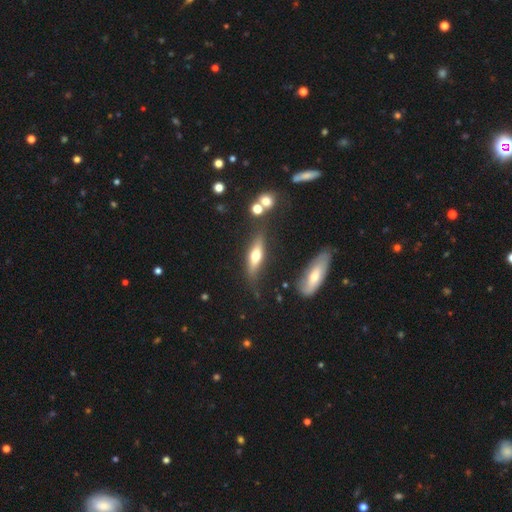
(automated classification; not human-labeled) Smooth or featured? Predicted: smooth (p=0.48). Merging? Predicted: none (p=0.74).